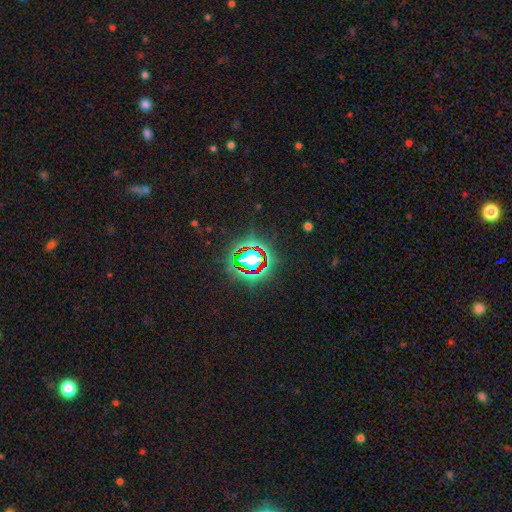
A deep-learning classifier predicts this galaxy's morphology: Smooth or featured: star or artifact — 77% (smooth — 14%)